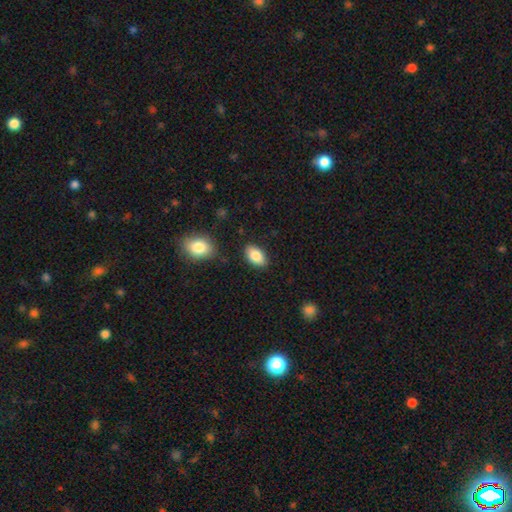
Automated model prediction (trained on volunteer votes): A smooth galaxy with no disk features (85%) that is in between round and cigar-shaped (92%). Merging: none (85%).